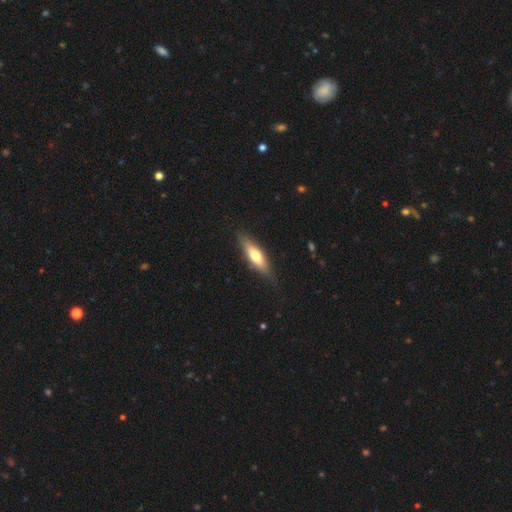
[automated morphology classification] Q: Smooth or featured?
A: smooth (55%); runner-up: featured or disk (39%)
Q: How rounded?
A: cigar-shaped (56%); runner-up: in between (42%)
Q: Merging?
A: none (80%); runner-up: minor disturbance (15%)